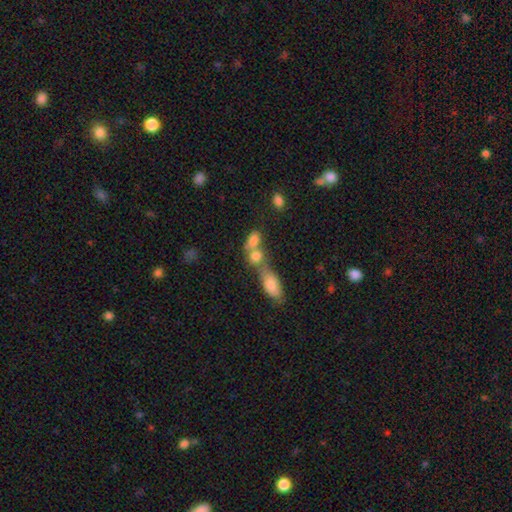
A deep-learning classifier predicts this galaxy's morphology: This appears to be a smooth galaxy with no disk features (76%) that is in between round and cigar-shaped (64%). Merging: merger (63%).